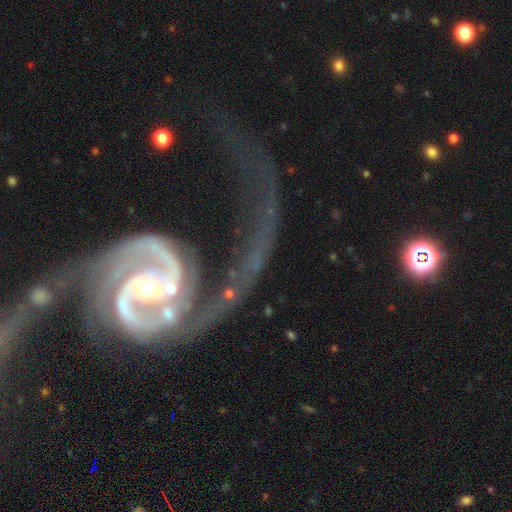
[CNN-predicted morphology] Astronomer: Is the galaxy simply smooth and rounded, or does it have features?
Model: featured or disk — 89%.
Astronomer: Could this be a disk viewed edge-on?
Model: no — 97%.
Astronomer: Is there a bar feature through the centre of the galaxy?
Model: no — 50% (runner-up: weak, 32%).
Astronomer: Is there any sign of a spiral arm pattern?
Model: yes — 94%.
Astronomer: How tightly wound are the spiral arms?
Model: medium — 41% (runner-up: loose, 39%).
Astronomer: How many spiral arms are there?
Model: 2 — 82%.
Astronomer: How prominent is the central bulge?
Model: small — 56% (runner-up: moderate, 37%).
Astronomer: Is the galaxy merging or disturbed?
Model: major disturbance — 39% (runner-up: none, 28%).